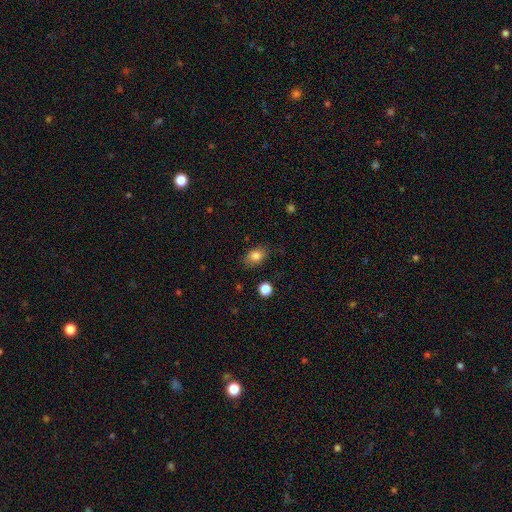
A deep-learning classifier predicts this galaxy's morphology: Overall: smooth (83%). How rounded: in between (76%). Merging: none (79%).